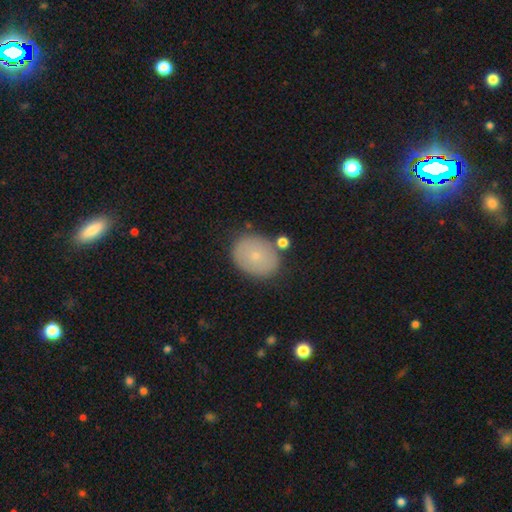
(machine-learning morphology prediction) Smooth or featured?
  - smooth: 72% *
  - featured or disk: 19%
  - star or artifact: 9%
How rounded?
  - in between: 53% *
  - round: 46%
  - cigar-shaped: 1%
Merging?
  - none: 81% *
  - minor disturbance: 12%
  - merger: 4%
  - major disturbance: 3%